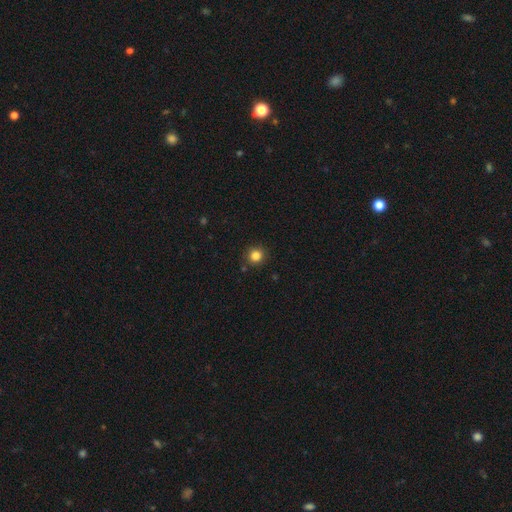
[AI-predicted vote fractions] Smooth or featured: smooth — 84% (star or artifact — 12%)
How rounded: round — 93% (in between — 6%)
Merging: none — 88% (minor disturbance — 8%)